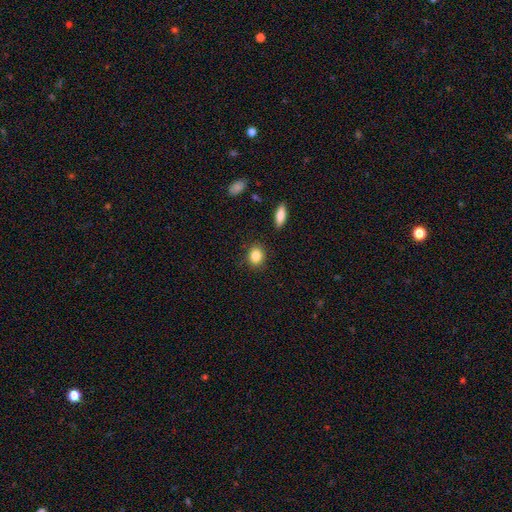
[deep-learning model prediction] Overall: smooth (85%). How rounded: round (54%; in between 45%). Merging: none (87%).